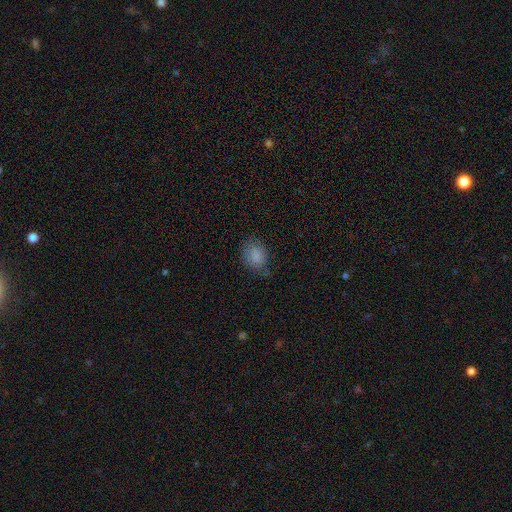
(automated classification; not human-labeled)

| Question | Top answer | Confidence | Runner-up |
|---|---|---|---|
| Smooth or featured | smooth | 85% | star or artifact (9%) |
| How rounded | in between | 55% | round (44%) |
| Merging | none | 68% | minor disturbance (24%) |